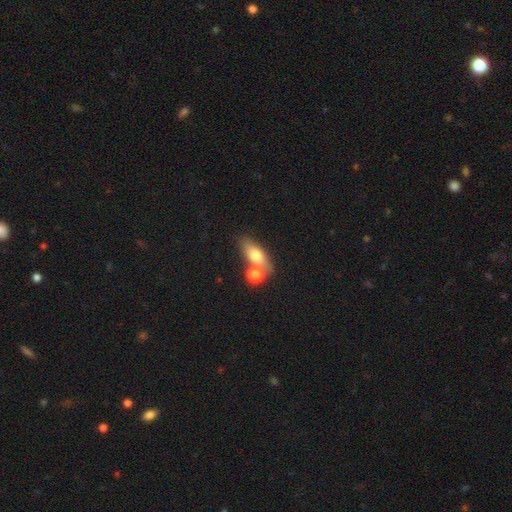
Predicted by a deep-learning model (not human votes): Overall: smooth (68%). How rounded: in between (69%). Merging: none (52%; merger 32%).